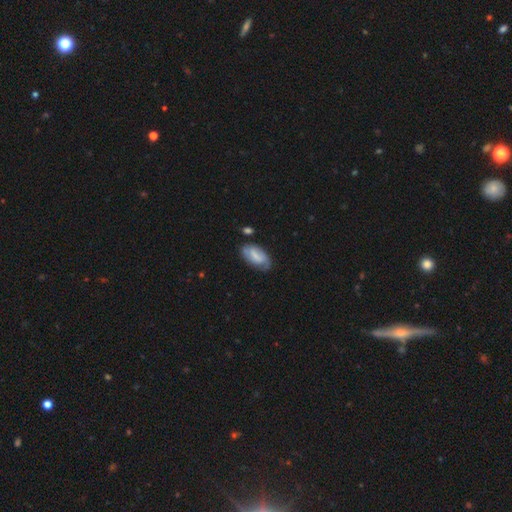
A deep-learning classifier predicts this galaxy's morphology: The model was most divided on "smooth or featured": smooth: 57%, featured or disk: 35%, star or artifact: 7%. More confident: how rounded — in between (91%); merging — none (61%).